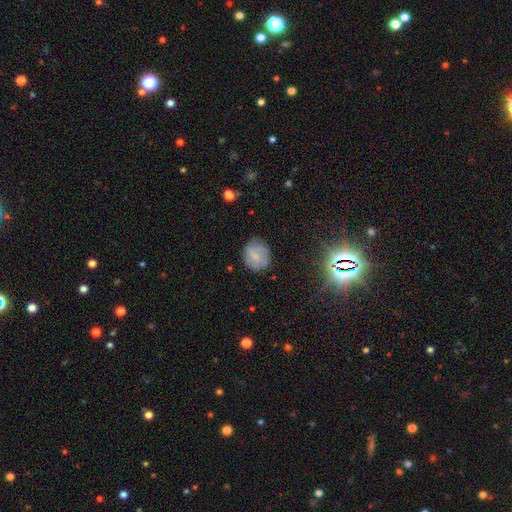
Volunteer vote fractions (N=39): smooth-or-featured: smooth: 56% | featured or disk: 33% | star or artifact: 10%
  how-rounded: round: 95% | in between: 5% | cigar-shaped: 0%
  merging: none: 63% | minor disturbance: 31% | major disturbance: 3% | merger: 3%